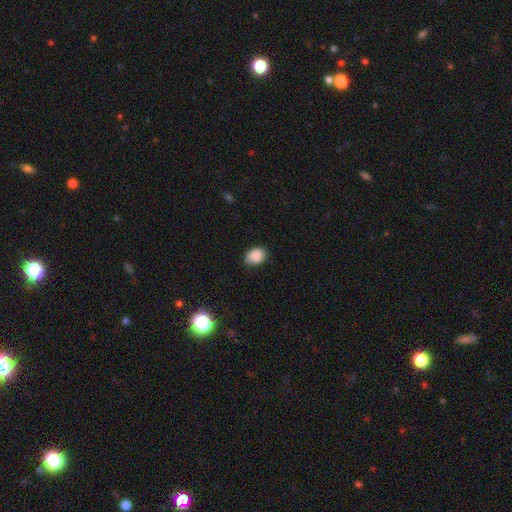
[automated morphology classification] type=smooth (86%); roundness=in between (69%); merging=none (70%).